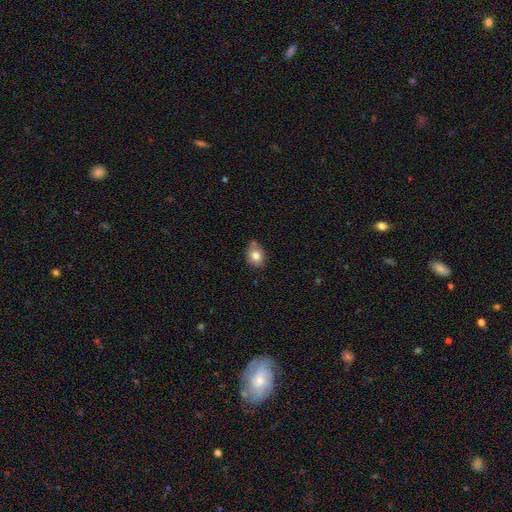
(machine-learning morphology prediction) Overall: smooth (80%). How rounded: round (58%; in between 41%). Merging: none (70%).